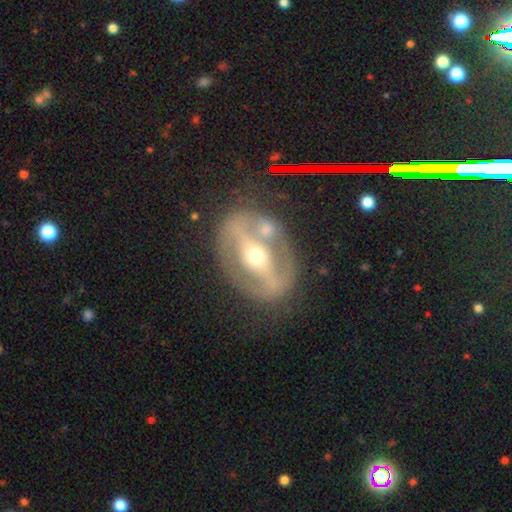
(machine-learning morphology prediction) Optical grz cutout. It shows a featured or disk galaxy (79%) with a strong bar (70%), no spiral arms (62%) and a moderate central bulge (67%). Merging: none (73%).